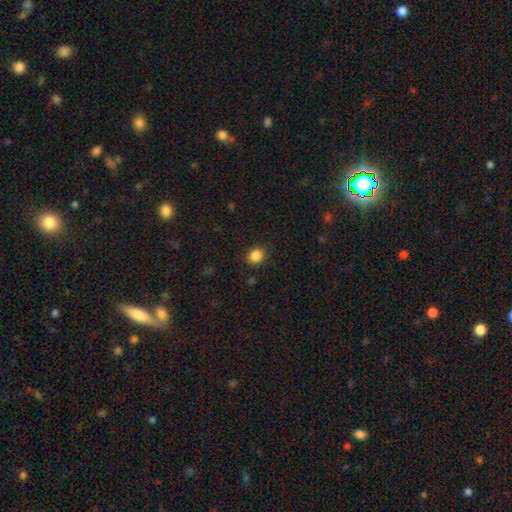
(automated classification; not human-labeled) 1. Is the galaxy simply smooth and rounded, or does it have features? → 85% smooth, 11% star or artifact, 4% featured or disk.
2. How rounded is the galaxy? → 81% round, 18% in between, 1% cigar-shaped.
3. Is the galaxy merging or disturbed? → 89% none, 8% minor disturbance, 2% major disturbance, 1% merger.